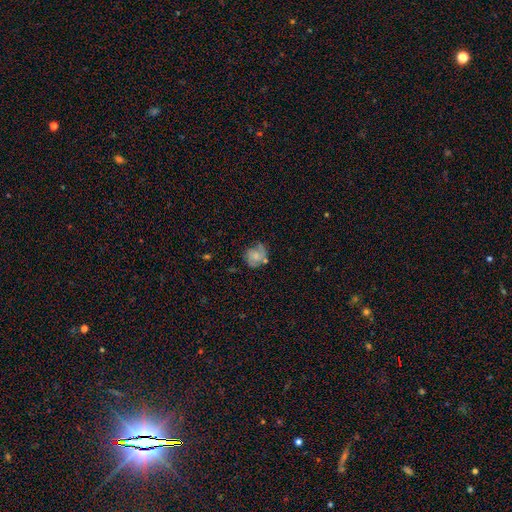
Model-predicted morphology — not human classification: smooth-or-featured: featured or disk: 51% | smooth: 40% | star or artifact: 9%
  disk-edge-on: no: 98% | yes: 2%
  merging: none: 57% | minor disturbance: 26% | major disturbance: 12% | merger: 6%